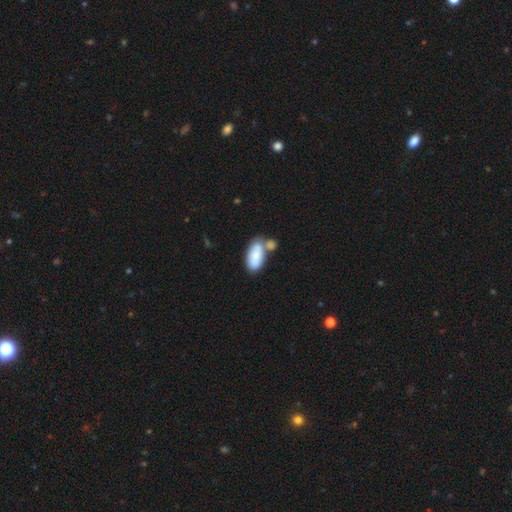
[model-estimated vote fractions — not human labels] This appears to be a smooth galaxy with no disk features (82%) that is in between round and cigar-shaped (92%). Merging: merger (45%).